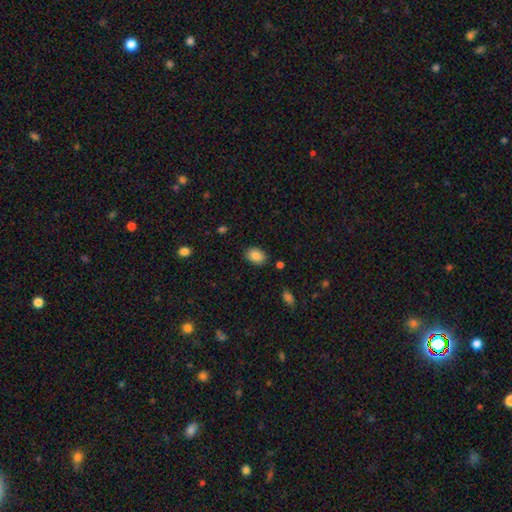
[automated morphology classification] Q: Smooth or featured?
A: smooth (86%); runner-up: star or artifact (8%)
Q: How rounded?
A: in between (80%); runner-up: round (19%)
Q: Merging?
A: none (84%); runner-up: minor disturbance (11%)